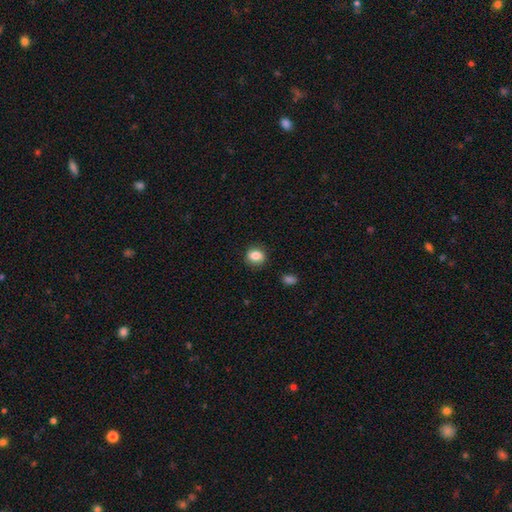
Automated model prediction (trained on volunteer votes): Morphology: type=smooth (85%); roundness=round (59%); merging=none (84%).